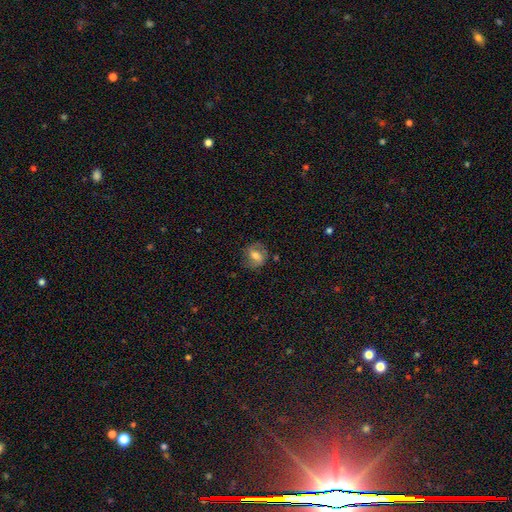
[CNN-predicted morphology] smooth_or_featured: smooth (p=0.50) [alt: featured or disk p=0.41]
how_rounded: round (p=0.53) [alt: in between p=0.45]
merging: none (p=0.70) [alt: minor disturbance p=0.19]